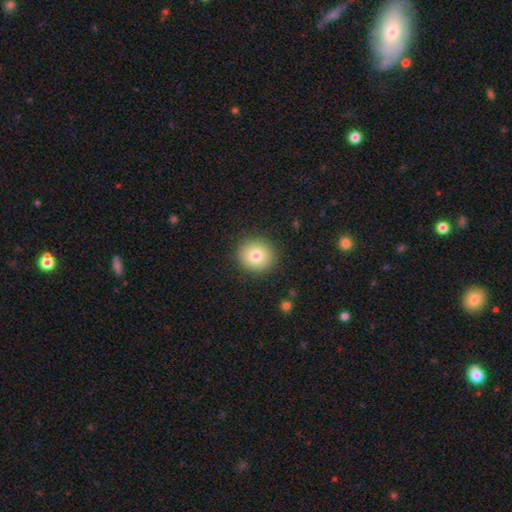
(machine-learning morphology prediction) Smooth or featured? Predicted: smooth (p=0.79). How rounded? Predicted: round (p=0.87). Merging? Predicted: none (p=0.90).